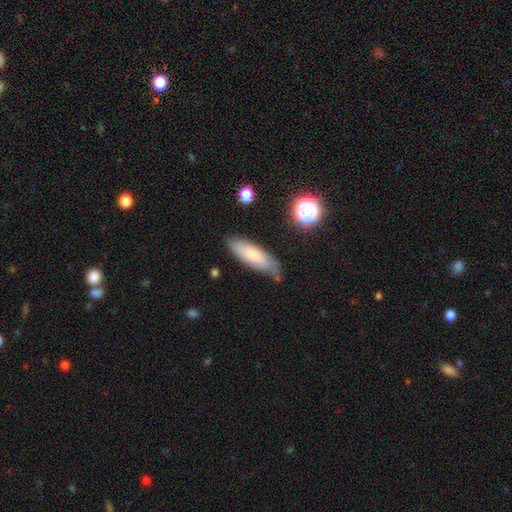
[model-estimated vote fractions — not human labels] This is likely a smooth galaxy (68%). How rounded: possibly in between (57%). Merging: likely none (66%).